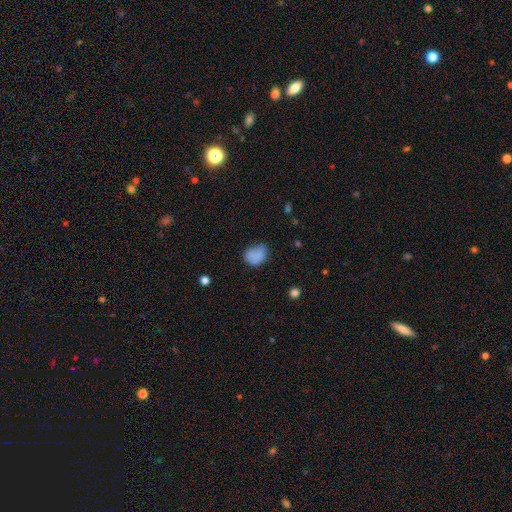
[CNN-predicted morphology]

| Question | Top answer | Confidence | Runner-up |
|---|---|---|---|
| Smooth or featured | smooth | 79% | featured or disk (10%) |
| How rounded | in between | 54% | round (44%) |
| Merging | none | 53% | minor disturbance (33%) |